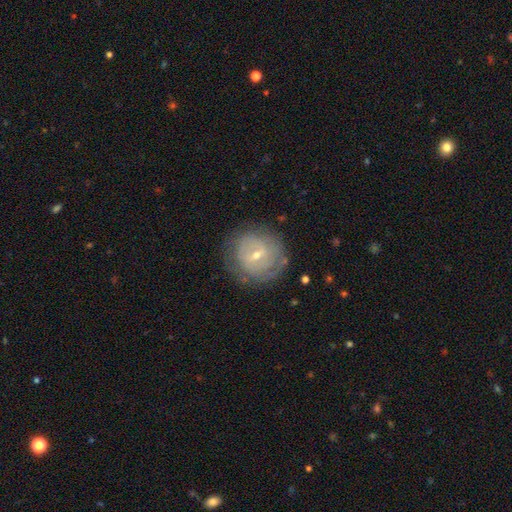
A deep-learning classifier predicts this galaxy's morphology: Smooth or featured?
  - featured or disk: 64% *
  - smooth: 28%
  - star or artifact: 8%
Edge-on disk?
  - no: 96% *
  - yes: 4%
Bar?
  - weak: 52% *
  - no: 34%
  - strong: 14%
Spiral arms?
  - yes: 64% *
  - no: 36%
Bulge size?
  - small: 65% *
  - moderate: 32%
  - large: 1%
  - none: 1%
  - dominant: 1%
Merging?
  - none: 74% *
  - minor disturbance: 17%
  - major disturbance: 8%
  - merger: 1%